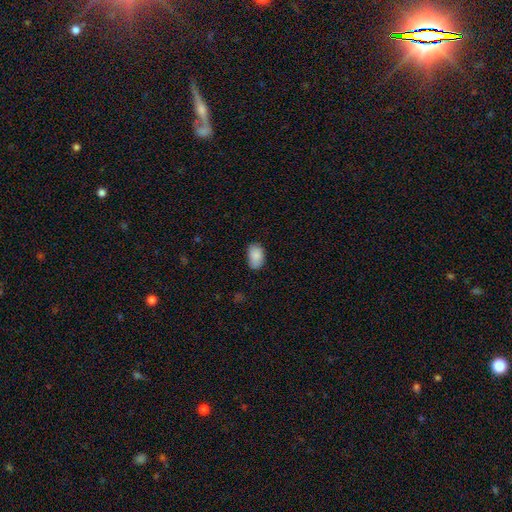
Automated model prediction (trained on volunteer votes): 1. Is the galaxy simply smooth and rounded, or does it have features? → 87% smooth, 8% star or artifact, 5% featured or disk.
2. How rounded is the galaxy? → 88% in between, 10% round, 1% cigar-shaped.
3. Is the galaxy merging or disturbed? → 68% none, 26% minor disturbance, 5% major disturbance, 1% merger.